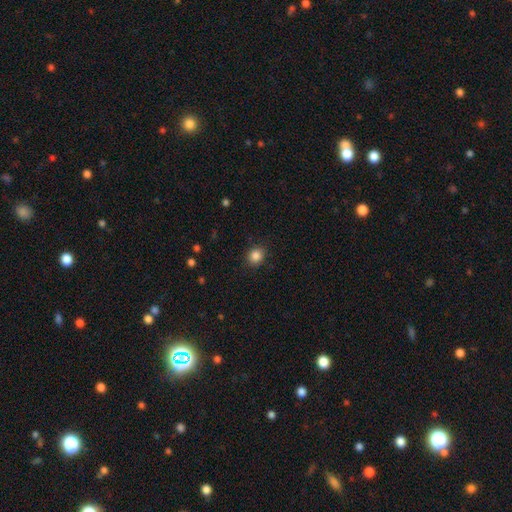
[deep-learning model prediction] Smooth or featured: smooth — 86% (star or artifact — 11%)
How rounded: round — 77% (in between — 22%)
Merging: none — 88% (minor disturbance — 9%)